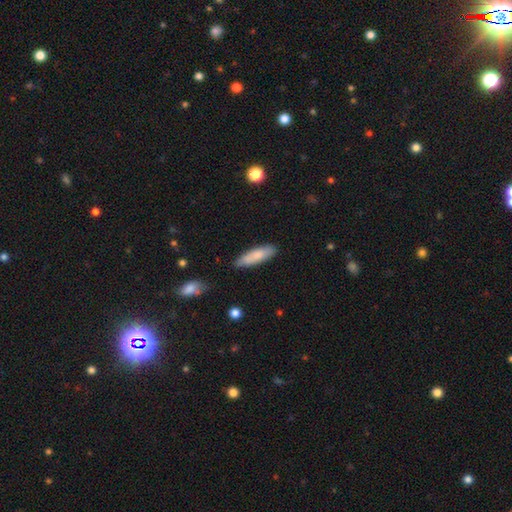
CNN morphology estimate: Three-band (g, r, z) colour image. It shows a smooth galaxy with no disk features (80%) that is cigar-shaped (60%). Merging: none (82%).